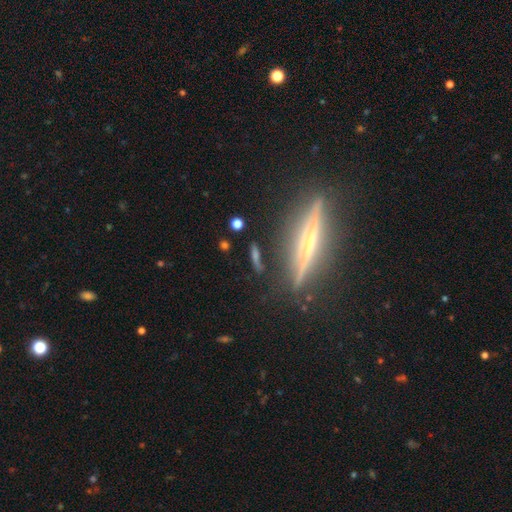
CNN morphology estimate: A featured or disk galaxy (54%) viewed edge-on (88%).

Vote fractions:
- Smooth or featured? featured or disk: 54% / smooth: 30% / star or artifact: 15%
- Edge-on disk? yes: 88% / no: 12%
- Merging? none: 76% / minor disturbance: 15% / major disturbance: 5% / merger: 4%